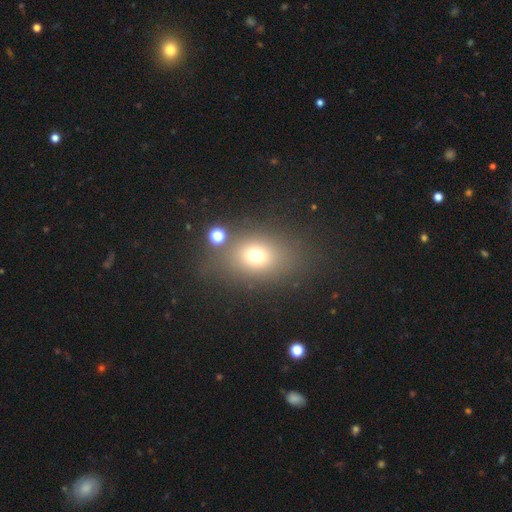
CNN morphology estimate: This appears to be a smooth galaxy with no disk features (69%) that is in between round and cigar-shaped (59%). Merging: none (73%).